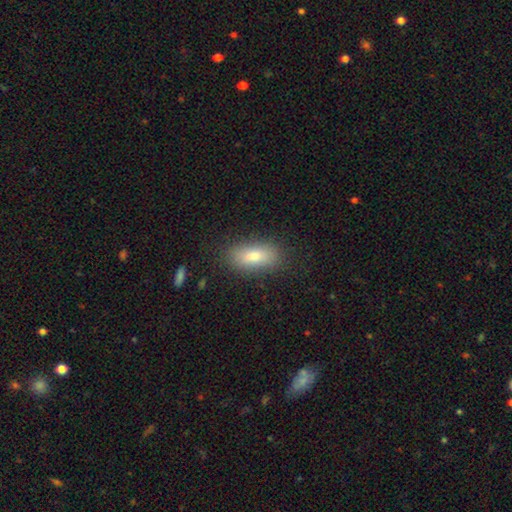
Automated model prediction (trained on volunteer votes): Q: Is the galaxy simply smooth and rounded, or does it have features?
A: smooth — 79%.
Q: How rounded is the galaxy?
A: in between — 82%.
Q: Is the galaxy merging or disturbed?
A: none — 85%.